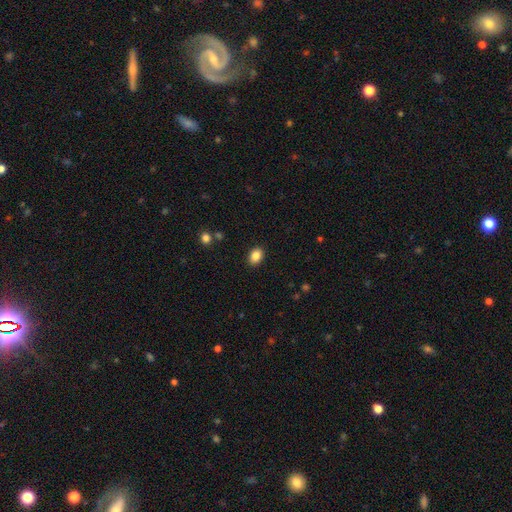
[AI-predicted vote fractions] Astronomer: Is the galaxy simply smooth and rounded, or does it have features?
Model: smooth — 87%.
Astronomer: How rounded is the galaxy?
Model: in between — 71%.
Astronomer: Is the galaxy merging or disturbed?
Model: none — 89%.